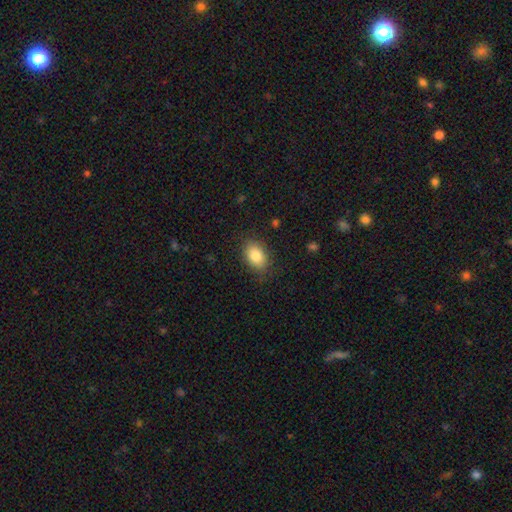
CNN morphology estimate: This is clearly a smooth galaxy (85%). How rounded: clearly in between (82%). Merging: clearly none (83%).